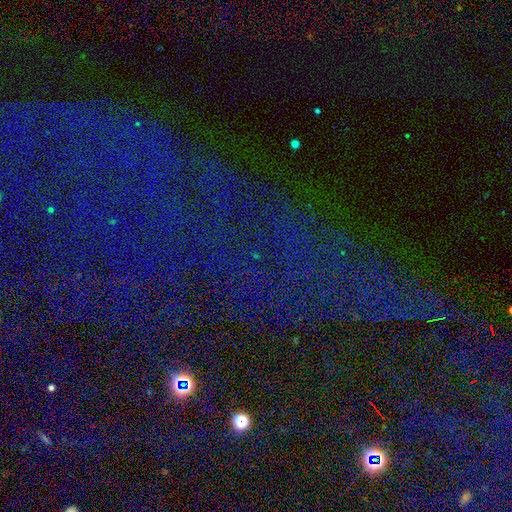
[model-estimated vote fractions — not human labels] Smooth or featured? Predicted: star or artifact (p=0.82).